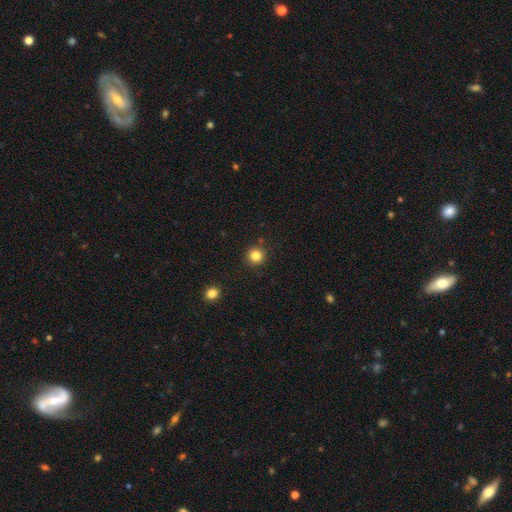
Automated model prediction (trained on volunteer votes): Morphology: type=smooth (83%); roundness=round (94%); merging=none (89%).